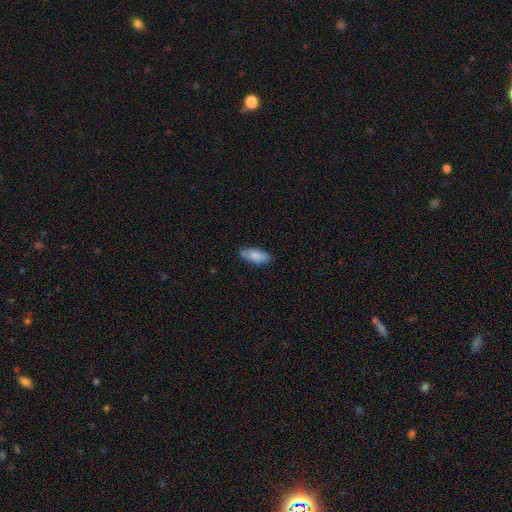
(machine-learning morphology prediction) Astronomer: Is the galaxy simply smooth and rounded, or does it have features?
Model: smooth — 83%.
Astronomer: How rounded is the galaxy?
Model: in between — 85%.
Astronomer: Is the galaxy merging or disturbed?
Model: none — 79%.